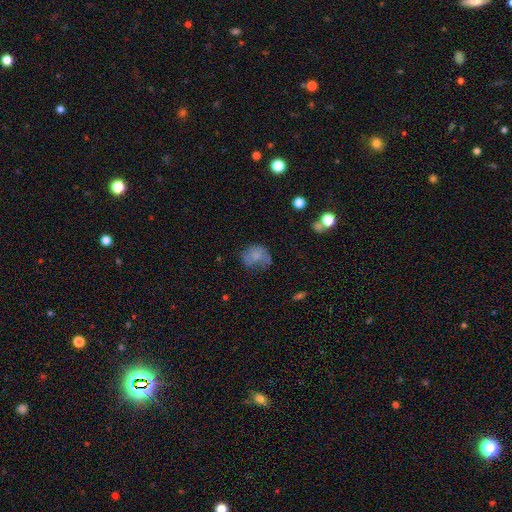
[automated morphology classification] Smooth or featured? Predicted: smooth (p=0.66). How rounded? Predicted: round (p=0.58). Merging? Predicted: none (p=0.41).